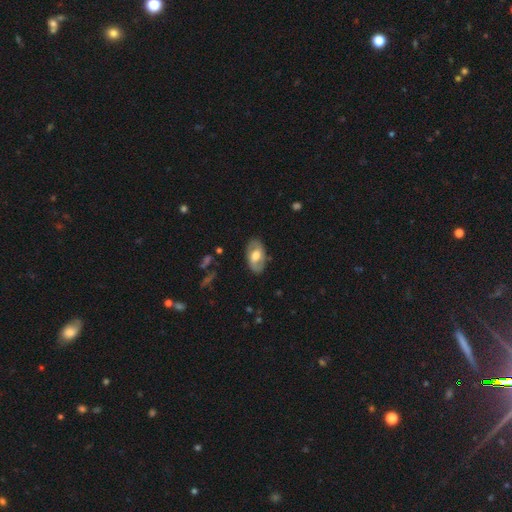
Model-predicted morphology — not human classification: smooth_or_featured: featured or disk (p=0.51) [alt: smooth p=0.43]
disk_edge_on: no (p=0.91) [alt: yes p=0.09]
merging: none (p=0.80) [alt: minor disturbance p=0.15]